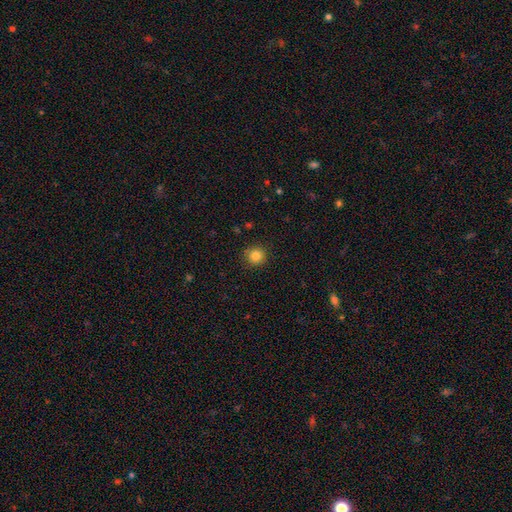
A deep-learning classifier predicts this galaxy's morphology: A smooth galaxy with no disk features (83%) that is round (94%). Merging: none (90%).